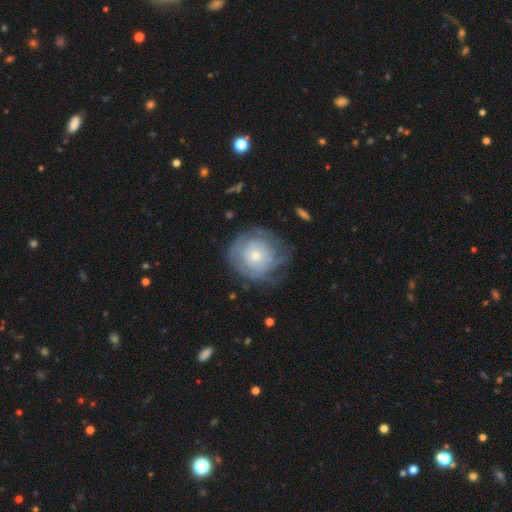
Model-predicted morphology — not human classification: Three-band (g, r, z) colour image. It shows a featured or disk galaxy (60%) with no bar (86%), spiral arms (66%) and a small central bulge (56%). Merging: none (64%).